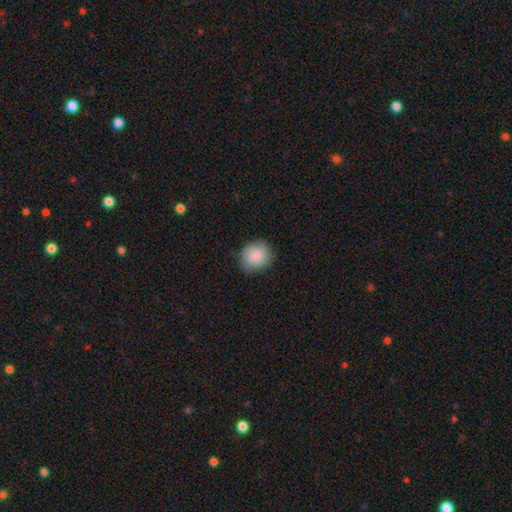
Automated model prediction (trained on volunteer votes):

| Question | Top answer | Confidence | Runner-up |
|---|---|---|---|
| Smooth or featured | smooth | 88% | star or artifact (7%) |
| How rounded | round | 76% | in between (23%) |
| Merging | none | 82% | minor disturbance (14%) |